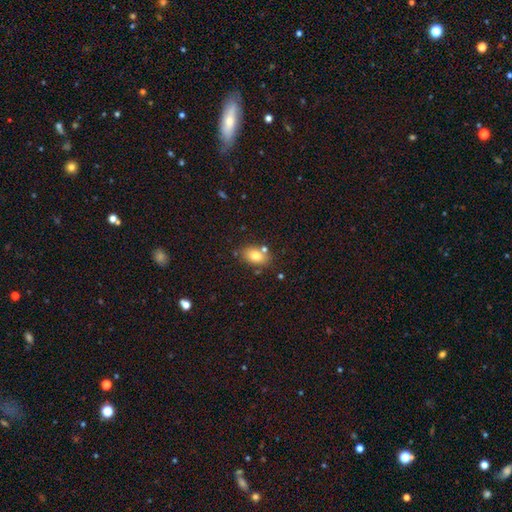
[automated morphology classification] Overall: smooth (79%). How rounded: in between (83%). Merging: none (73%).